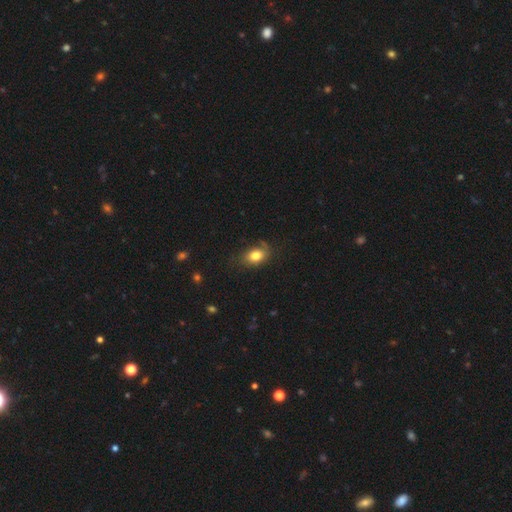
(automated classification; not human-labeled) Q: Smooth or featured?
A: smooth (79%); runner-up: featured or disk (12%)
Q: How rounded?
A: in between (78%); runner-up: round (21%)
Q: Merging?
A: none (69%); runner-up: minor disturbance (22%)